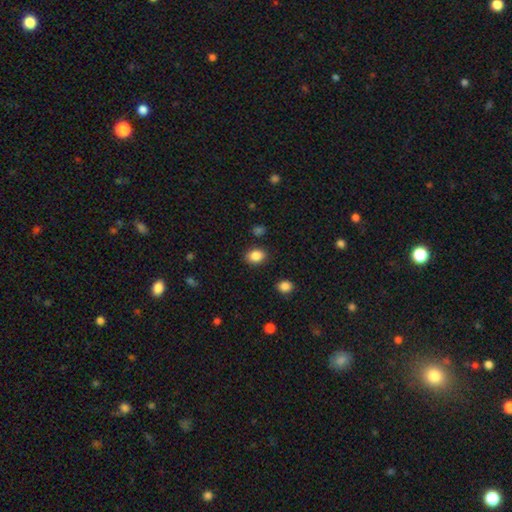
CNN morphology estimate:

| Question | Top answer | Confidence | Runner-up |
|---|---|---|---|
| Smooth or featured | smooth | 86% | star or artifact (9%) |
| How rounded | in between | 69% | round (30%) |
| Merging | none | 86% | minor disturbance (10%) |